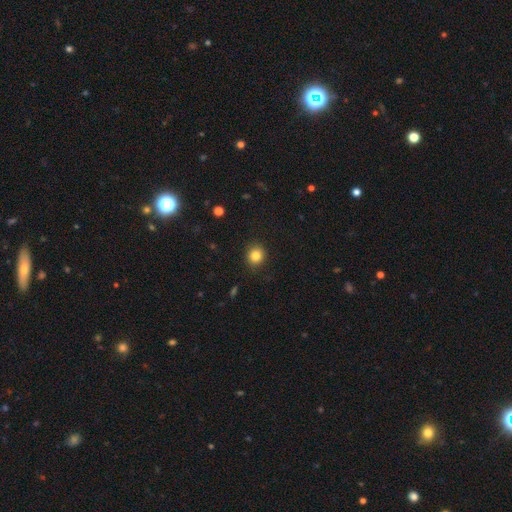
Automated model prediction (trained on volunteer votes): Q: Smooth or featured?
A: smooth (84%); runner-up: star or artifact (11%)
Q: How rounded?
A: round (84%); runner-up: in between (16%)
Q: Merging?
A: none (90%); runner-up: minor disturbance (7%)